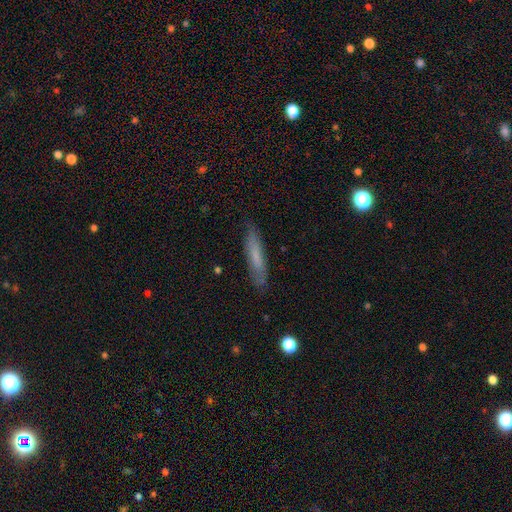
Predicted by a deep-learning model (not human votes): Smooth or featured: smooth — 63% (featured or disk — 30%)
How rounded: cigar-shaped — 86% (in between — 12%)
Merging: none — 84% (minor disturbance — 12%)